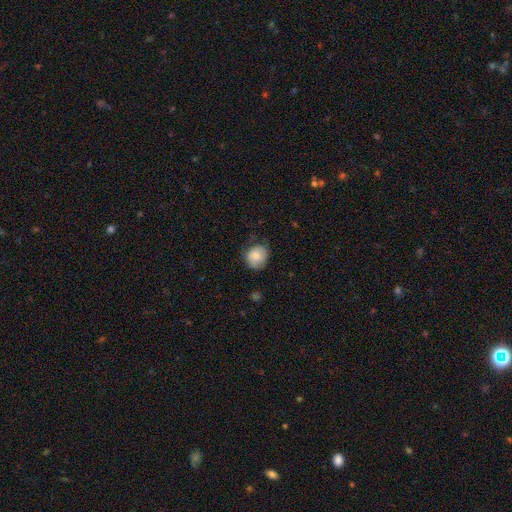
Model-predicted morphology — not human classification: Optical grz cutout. It shows a smooth galaxy with no disk features (77%) that is round (71%). Merging: none (57%).